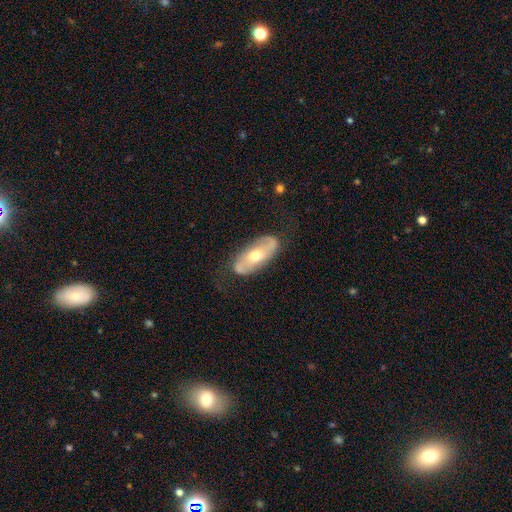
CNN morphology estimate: The model was most divided on "smooth or featured": featured or disk: 64%, smooth: 30%, star or artifact: 6%. More confident: edge-on disk — no (86%); bulge size — moderate (72%); merging — none (70%); spiral arms — yes (70%); bar — no (63%).